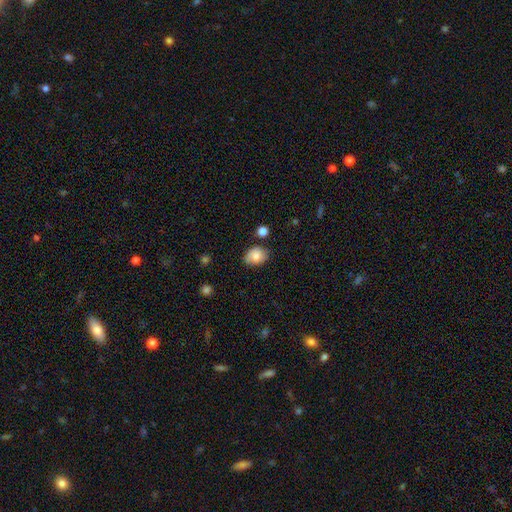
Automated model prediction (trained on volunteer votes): A smooth galaxy with no disk features (74%) that is in between round and cigar-shaped (67%).

Vote fractions:
- Smooth or featured? smooth: 74% / featured or disk: 18% / star or artifact: 9%
- How rounded? in between: 67% / round: 32% / cigar-shaped: 1%
- Merging? none: 72% / minor disturbance: 20% / major disturbance: 4% / merger: 3%